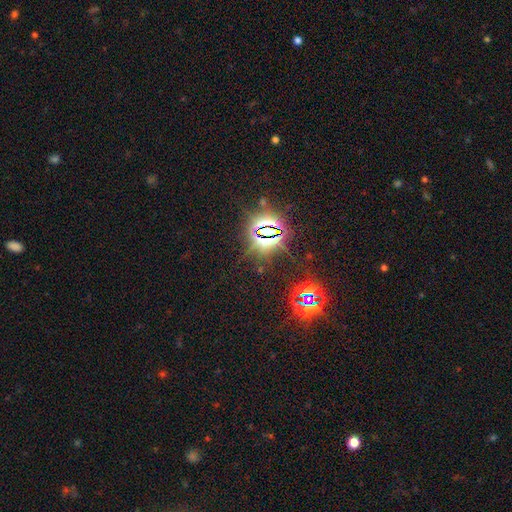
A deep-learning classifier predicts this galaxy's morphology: star or artifact 83%, smooth 11%, featured or disk 6%.